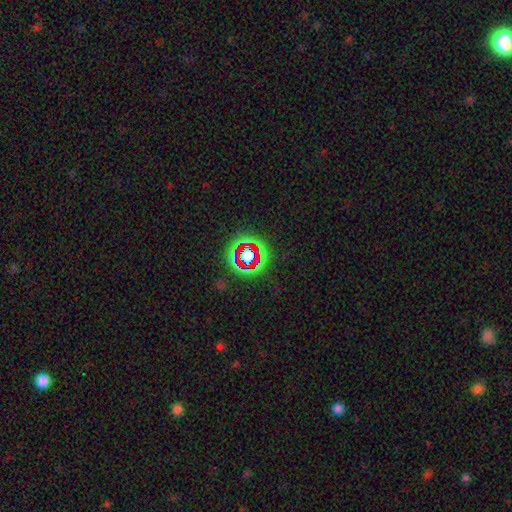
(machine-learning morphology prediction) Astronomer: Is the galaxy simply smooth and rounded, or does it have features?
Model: star or artifact — 52%.